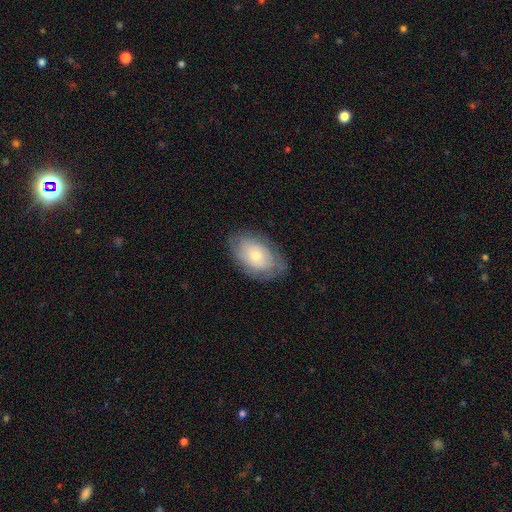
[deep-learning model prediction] Smooth or featured? Predicted: smooth (p=0.57). How rounded? Predicted: in between (p=0.90). Merging? Predicted: none (p=0.76).